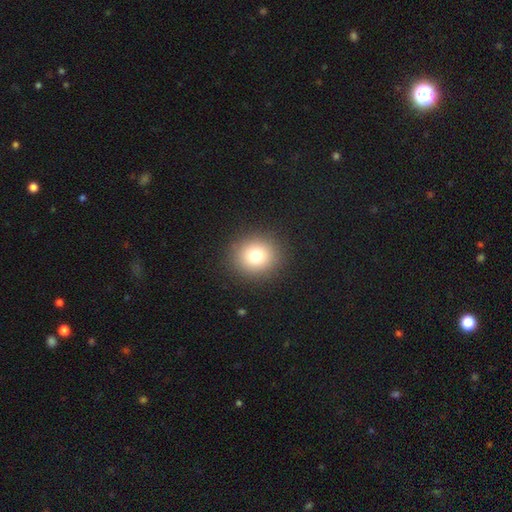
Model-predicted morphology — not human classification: A smooth galaxy with no disk features (79%) that is round (86%).

Vote fractions:
- Smooth or featured? smooth: 79% / star or artifact: 12% / featured or disk: 9%
- How rounded? round: 86% / in between: 13% / cigar-shaped: 1%
- Merging? none: 90% / minor disturbance: 6% / major disturbance: 3% / merger: 1%